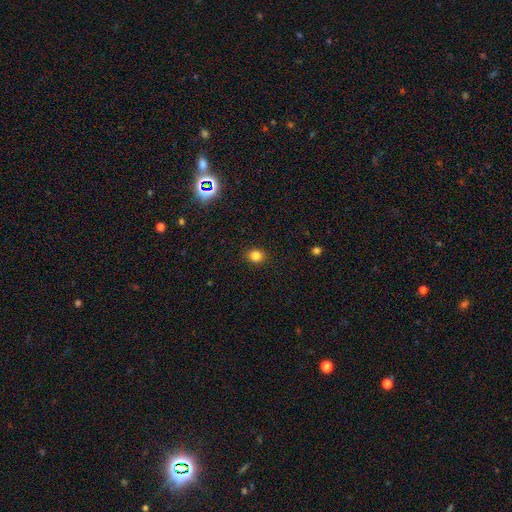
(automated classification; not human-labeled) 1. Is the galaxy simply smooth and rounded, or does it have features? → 82% smooth, 13% star or artifact, 4% featured or disk.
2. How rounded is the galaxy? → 71% round, 28% in between, 1% cigar-shaped.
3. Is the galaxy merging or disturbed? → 89% none, 7% minor disturbance, 2% major disturbance, 1% merger.